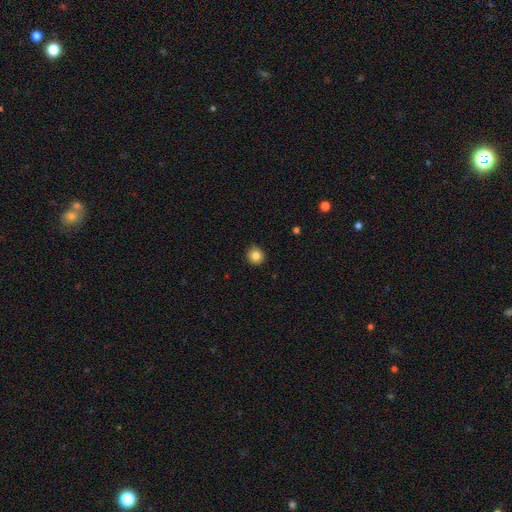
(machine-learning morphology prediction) A smooth galaxy with no disk features (84%) that is round (94%). Merging: none (90%).